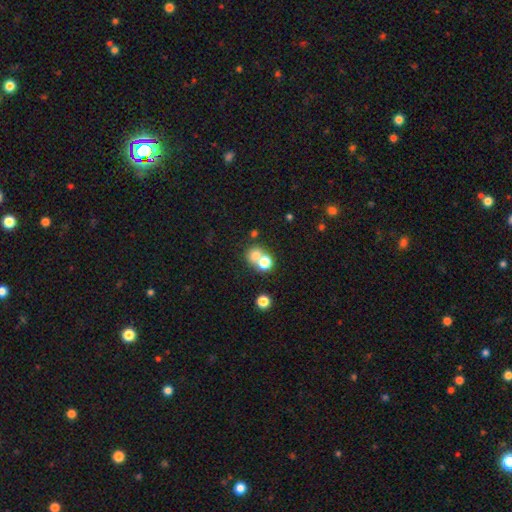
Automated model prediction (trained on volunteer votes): The model was most divided on "merging": merger: 50%, none: 39%, minor disturbance: 7%, major disturbance: 4%. More confident: smooth or featured — smooth (71%); how rounded — round (71%).